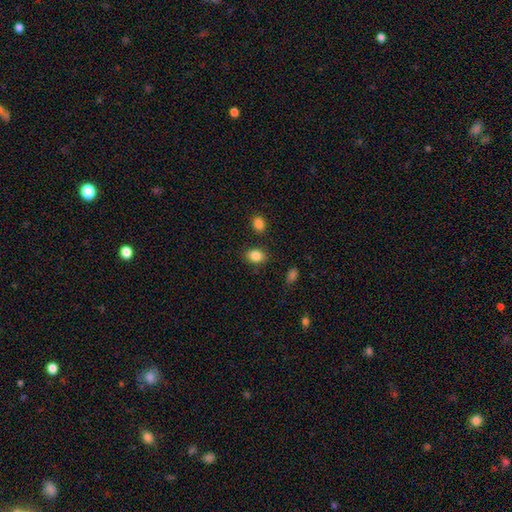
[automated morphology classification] Smooth or featured: smooth — 86% (star or artifact — 9%)
How rounded: in between — 66% (round — 33%)
Merging: none — 82% (minor disturbance — 11%)